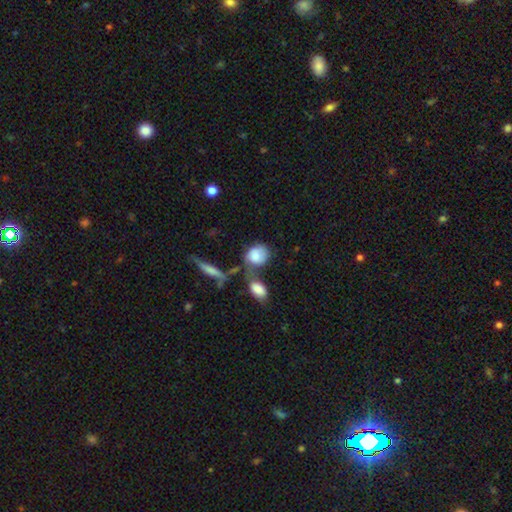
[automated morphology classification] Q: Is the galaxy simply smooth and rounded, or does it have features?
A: smooth — 74%.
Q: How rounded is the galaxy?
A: in between — 49%.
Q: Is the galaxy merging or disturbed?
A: none — 35%.